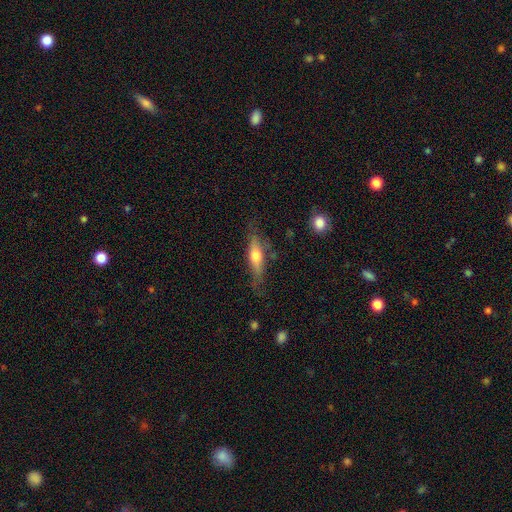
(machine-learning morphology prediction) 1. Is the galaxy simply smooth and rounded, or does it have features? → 53% smooth, 40% featured or disk, 6% star or artifact.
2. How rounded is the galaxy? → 62% cigar-shaped, 35% in between, 3% round.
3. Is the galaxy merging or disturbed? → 68% none, 22% minor disturbance, 7% major disturbance, 2% merger.